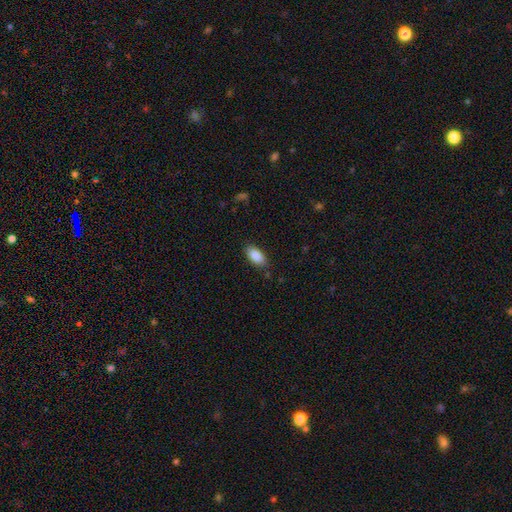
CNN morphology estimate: smooth-or-featured: smooth: 89% | star or artifact: 7% | featured or disk: 5%
  how-rounded: in between: 92% | cigar-shaped: 6% | round: 2%
  merging: none: 83% | minor disturbance: 13% | major disturbance: 3% | merger: 1%